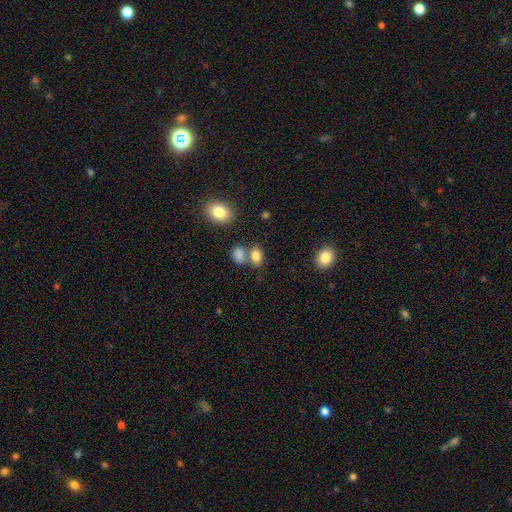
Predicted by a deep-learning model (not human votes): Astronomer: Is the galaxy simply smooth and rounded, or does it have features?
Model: smooth — 82%.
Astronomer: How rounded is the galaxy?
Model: in between — 78%.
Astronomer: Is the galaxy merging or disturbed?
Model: none — 53% (runner-up: merger, 30%).